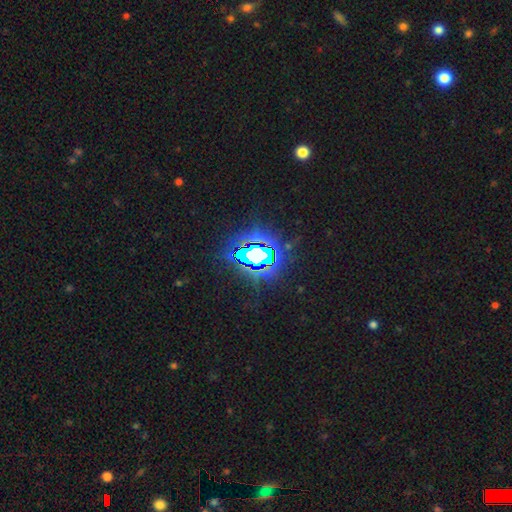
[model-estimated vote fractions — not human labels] smooth_or_featured: star or artifact (p=0.75) [alt: smooth p=0.13]